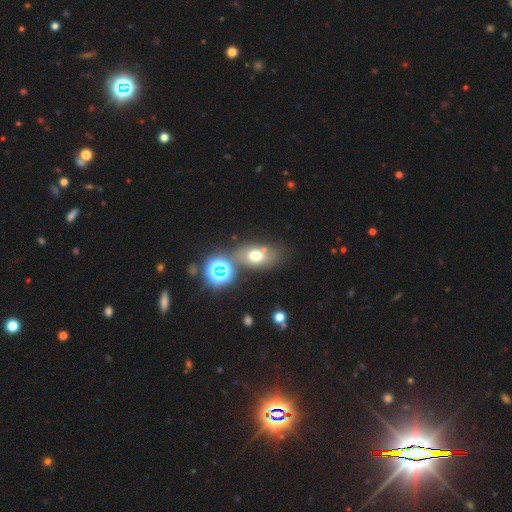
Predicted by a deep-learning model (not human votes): Smooth or featured? Predicted: smooth (p=0.60). How rounded? Predicted: in between (p=0.73). Merging? Predicted: none (p=0.63).